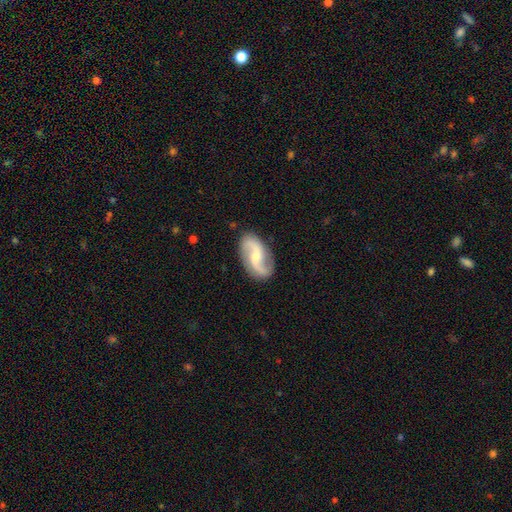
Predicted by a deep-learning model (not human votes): Smooth or featured: featured or disk — 86% (smooth — 10%)
Edge-on disk: no — 97% (yes — 3%)
Bar: weak — 45% (no — 39%)
Spiral arms: yes — 97% (no — 3%)
Spiral winding: loose — 60% (medium — 31%)
Spiral arm count: 2 — 93% (can't tell — 2%)
Bulge size: small — 53% (moderate — 37%)
Merging: none — 84% (minor disturbance — 11%)